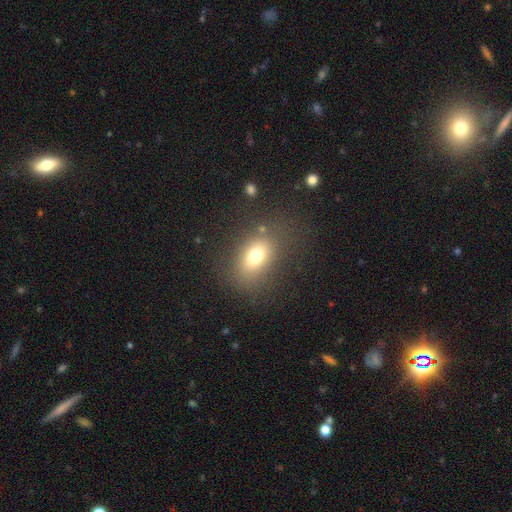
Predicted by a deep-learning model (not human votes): Smooth or featured: smooth — 72% (featured or disk — 14%)
How rounded: in between — 74% (round — 23%)
Merging: none — 75% (minor disturbance — 13%)